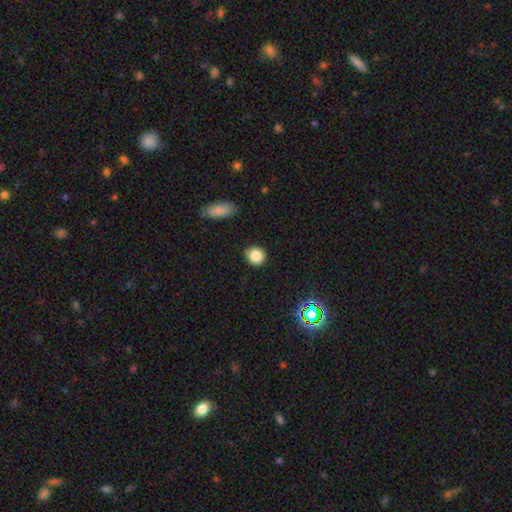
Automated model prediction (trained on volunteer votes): Q: Smooth or featured?
A: smooth (84%); runner-up: star or artifact (11%)
Q: How rounded?
A: round (86%); runner-up: in between (12%)
Q: Merging?
A: none (88%); runner-up: minor disturbance (8%)